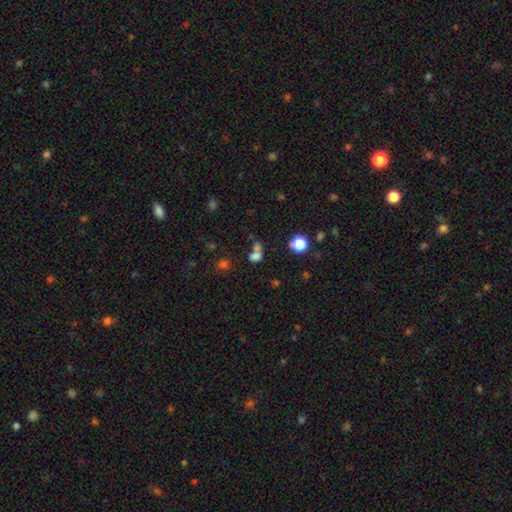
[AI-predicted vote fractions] Smooth or featured: smooth — 70% (star or artifact — 20%)
How rounded: in between — 58% (round — 40%)
Merging: merger — 48% (none — 35%)